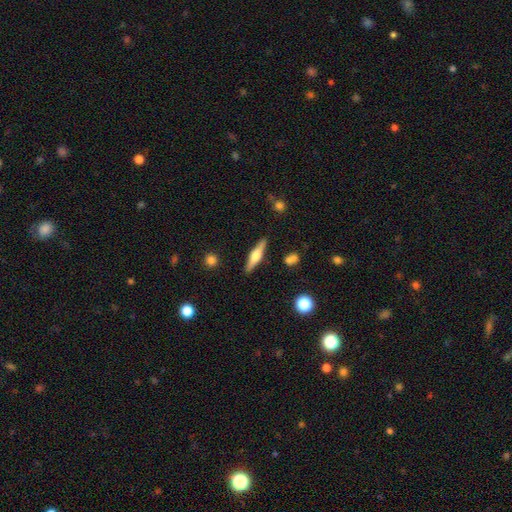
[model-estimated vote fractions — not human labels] Smooth or featured?
  - featured or disk: 64% *
  - smooth: 30%
  - star or artifact: 6%
Edge-on disk?
  - yes: 97% *
  - no: 3%
Edge-on bulge?
  - rounded: 90% *
  - boxy: 8%
  - none: 2%
Merging?
  - none: 89% *
  - minor disturbance: 8%
  - merger: 2%
  - major disturbance: 2%